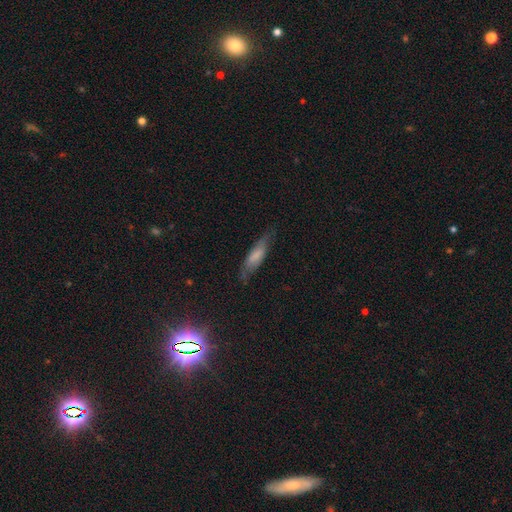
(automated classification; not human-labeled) Overall: smooth (66%; featured or disk 27%). How rounded: cigar-shaped (58%; in between 40%). Merging: none (67%).